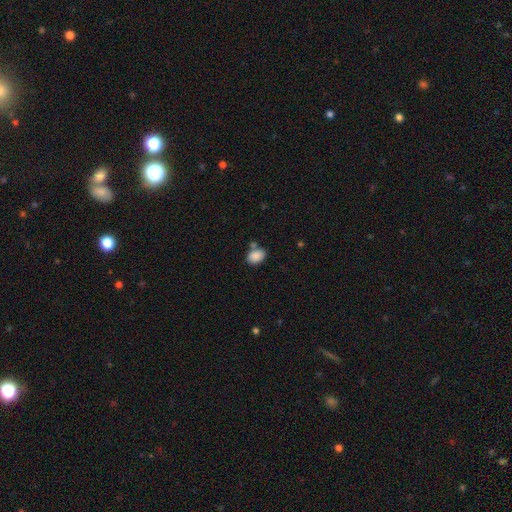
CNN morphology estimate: This is clearly a smooth galaxy (88%). How rounded: likely in between (79%). Merging: likely none (69%).